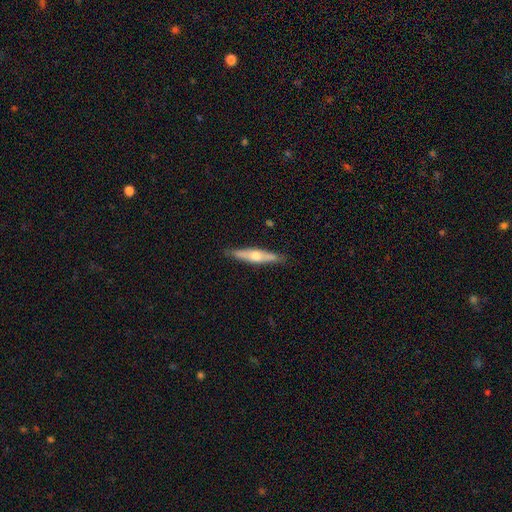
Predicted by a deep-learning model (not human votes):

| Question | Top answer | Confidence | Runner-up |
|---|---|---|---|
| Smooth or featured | featured or disk | 53% | smooth (41%) |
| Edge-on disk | yes | 91% | no (9%) |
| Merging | none | 87% | minor disturbance (10%) |